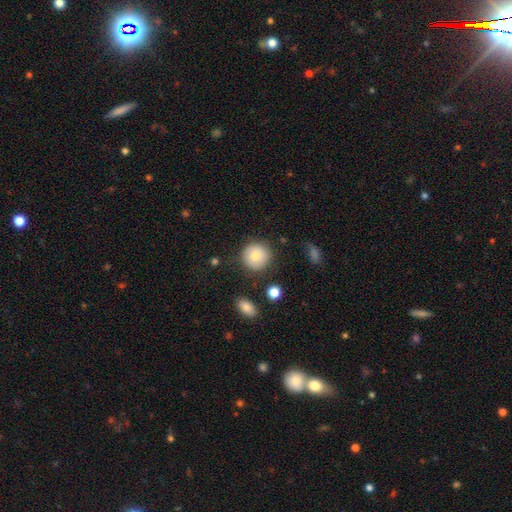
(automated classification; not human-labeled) Overall: smooth (80%). How rounded: round (93%). Merging: none (83%).